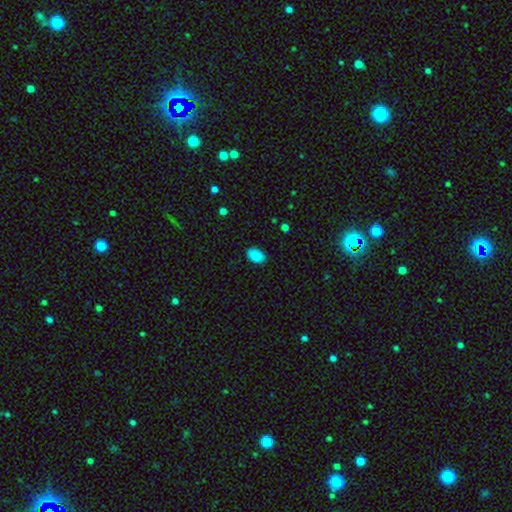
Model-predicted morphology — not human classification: This is clearly a smooth galaxy (88%). How rounded: clearly in between (89%). Merging: clearly none (87%).